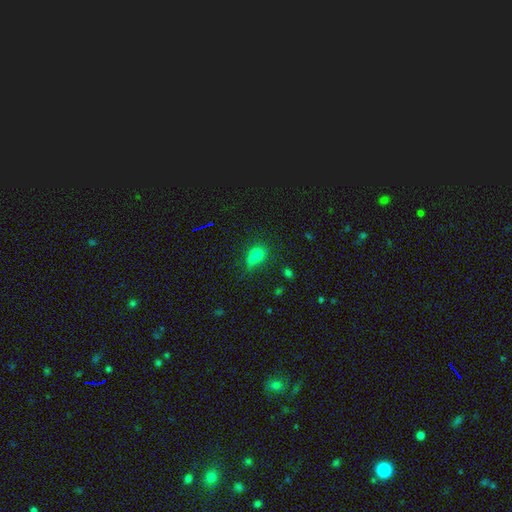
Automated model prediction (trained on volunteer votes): Smooth or featured?
  - smooth: 71% *
  - star or artifact: 17%
  - featured or disk: 12%
How rounded?
  - in between: 69% *
  - round: 26%
  - cigar-shaped: 6%
Merging?
  - none: 37% *
  - merger: 26%
  - minor disturbance: 22%
  - major disturbance: 15%